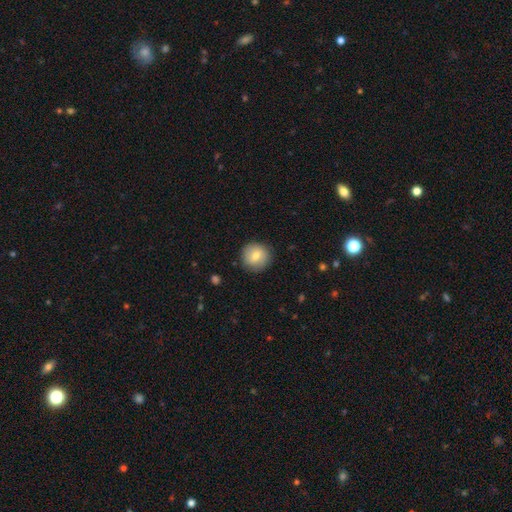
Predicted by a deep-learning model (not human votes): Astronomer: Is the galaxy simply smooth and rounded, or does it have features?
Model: smooth — 74%.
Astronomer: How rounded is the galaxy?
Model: round — 93%.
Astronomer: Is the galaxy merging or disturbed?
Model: none — 87%.